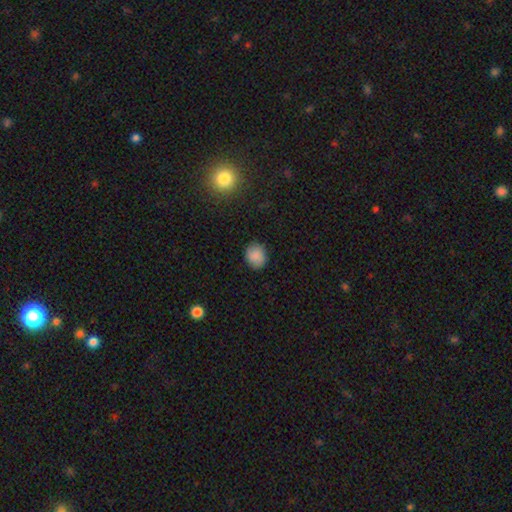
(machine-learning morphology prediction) smooth-or-featured: smooth: 86% | star or artifact: 9% | featured or disk: 6%
  how-rounded: round: 73% | in between: 26% | cigar-shaped: 1%
  merging: none: 86% | minor disturbance: 10% | major disturbance: 2% | merger: 1%